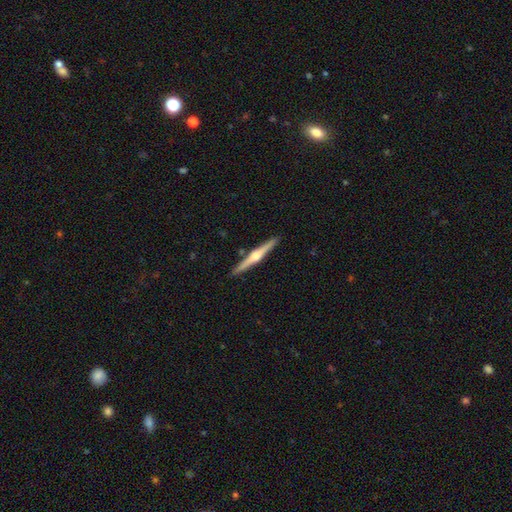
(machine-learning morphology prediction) This is likely a featured or disk galaxy (74%). It is clearly viewed edge-on (98%). Edge-on bulge: clearly rounded (92%). Merging: clearly none (90%).